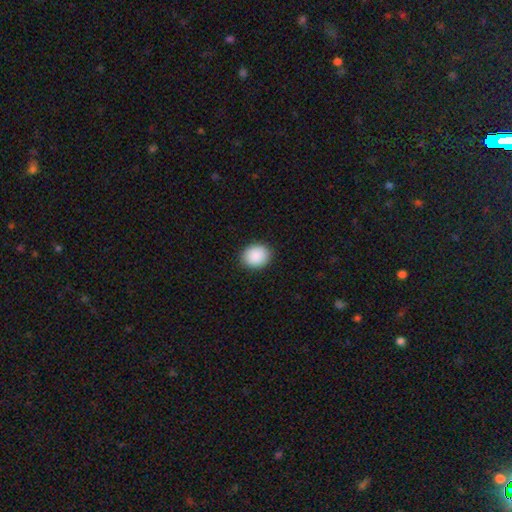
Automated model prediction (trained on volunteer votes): Q: Smooth or featured?
A: smooth (90%); runner-up: star or artifact (7%)
Q: How rounded?
A: round (58%); runner-up: in between (41%)
Q: Merging?
A: none (90%); runner-up: minor disturbance (7%)